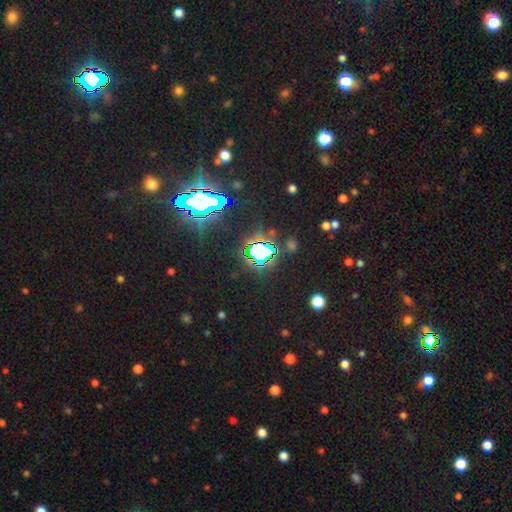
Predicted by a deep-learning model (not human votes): star or artifact 80%, smooth 12%, featured or disk 8%.